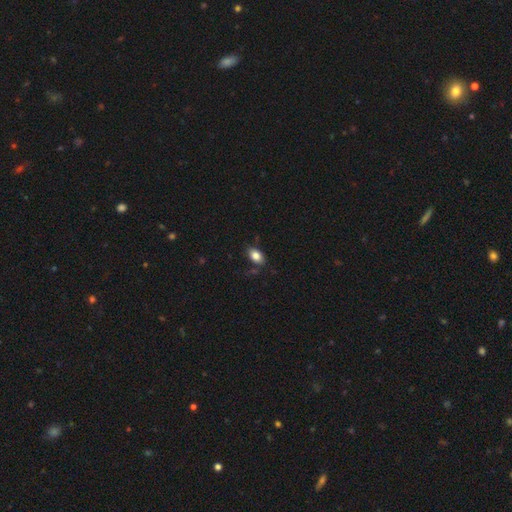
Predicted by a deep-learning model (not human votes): Smooth or featured?
  - smooth: 84% *
  - star or artifact: 8%
  - featured or disk: 8%
How rounded?
  - in between: 89% *
  - round: 10%
  - cigar-shaped: 2%
Merging?
  - none: 79% *
  - minor disturbance: 15%
  - major disturbance: 3%
  - merger: 3%